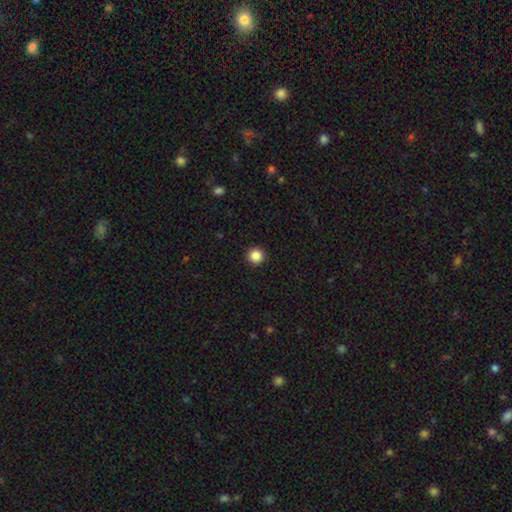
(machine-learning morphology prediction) Smooth or featured? smooth (87%)
How rounded? round (96%)
Merging? none (93%)